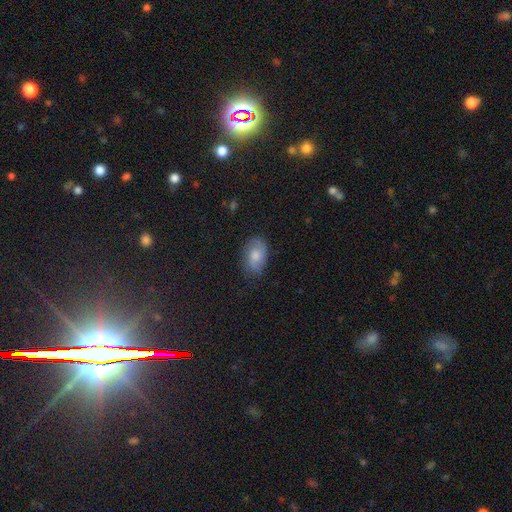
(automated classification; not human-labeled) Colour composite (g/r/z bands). It shows a smooth galaxy with no disk features (67%) that is in between round and cigar-shaped (89%). Merging: none (67%).